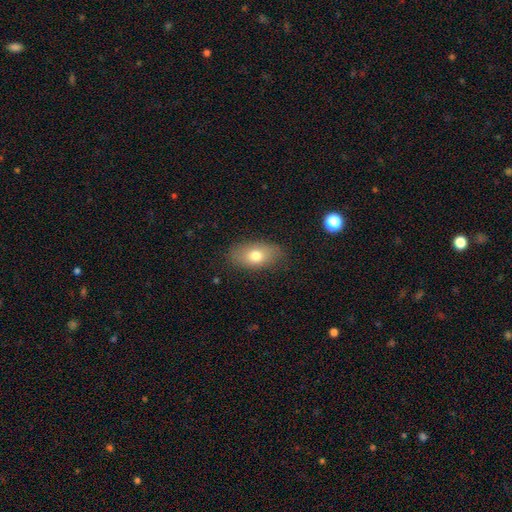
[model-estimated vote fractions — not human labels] smooth-or-featured: smooth: 75% | featured or disk: 17% | star or artifact: 8%
  how-rounded: in between: 89% | round: 7% | cigar-shaped: 4%
  merging: none: 82% | minor disturbance: 13% | major disturbance: 4% | merger: 1%